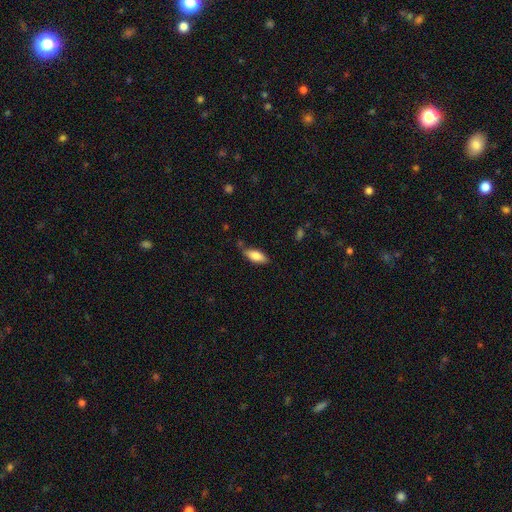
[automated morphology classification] smooth-or-featured: smooth: 80% | featured or disk: 14% | star or artifact: 6%
  how-rounded: in between: 75% | cigar-shaped: 23% | round: 2%
  merging: none: 76% | minor disturbance: 18% | major disturbance: 3% | merger: 3%